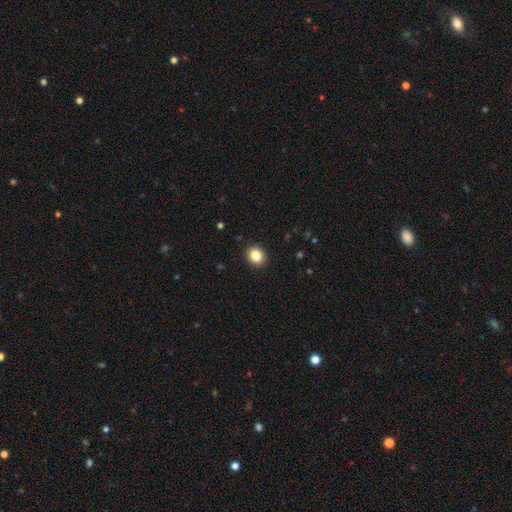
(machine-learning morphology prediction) This appears to be a smooth galaxy with no disk features (86%) that is round (68%). Merging: none (91%).